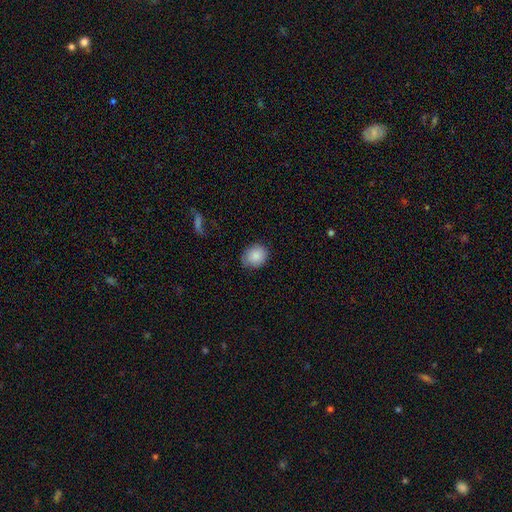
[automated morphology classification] smooth-or-featured: smooth: 88% | star or artifact: 7% | featured or disk: 5%
  how-rounded: round: 71% | in between: 28% | cigar-shaped: 1%
  merging: none: 80% | minor disturbance: 16% | major disturbance: 3% | merger: 1%